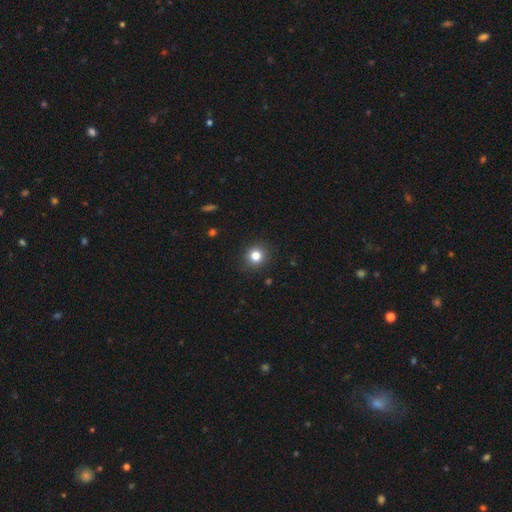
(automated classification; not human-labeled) smooth 81%, star or artifact 12%, featured or disk 6%. Down the decision tree: how rounded — round (90%); merging — none (91%).